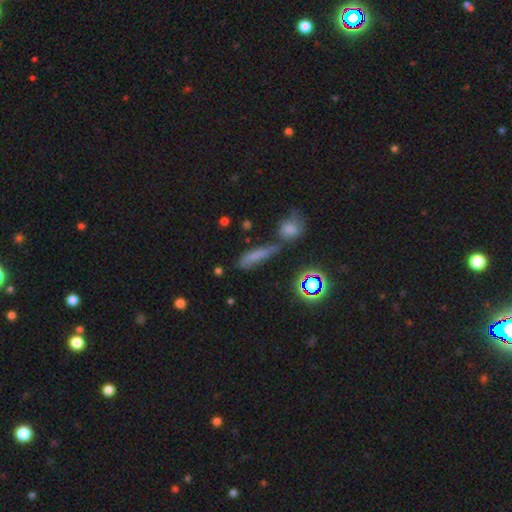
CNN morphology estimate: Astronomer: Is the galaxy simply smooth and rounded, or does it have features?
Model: smooth — 63%.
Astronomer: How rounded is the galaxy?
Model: cigar-shaped — 66%.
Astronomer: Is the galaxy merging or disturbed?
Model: none — 53%.